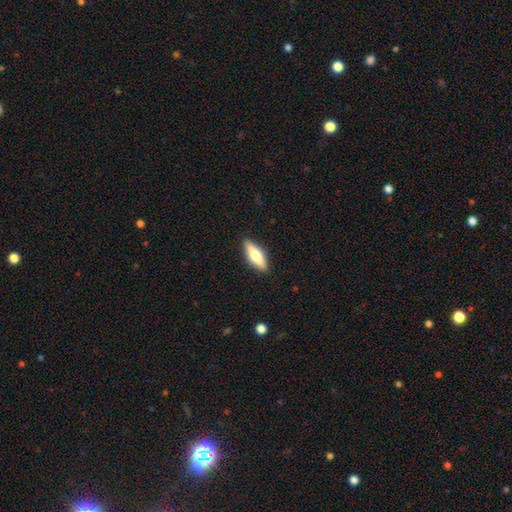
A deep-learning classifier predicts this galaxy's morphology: Q: Smooth or featured?
A: smooth (56%); runner-up: featured or disk (38%)
Q: How rounded?
A: in between (56%); runner-up: cigar-shaped (41%)
Q: Merging?
A: none (89%); runner-up: minor disturbance (8%)